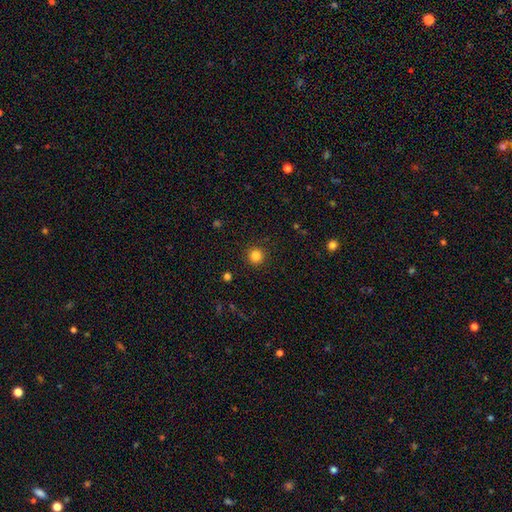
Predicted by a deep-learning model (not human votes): smooth-or-featured: smooth: 83% | star or artifact: 12% | featured or disk: 5%
  how-rounded: round: 94% | in between: 5% | cigar-shaped: 1%
  merging: none: 92% | minor disturbance: 5% | major disturbance: 2% | merger: 1%